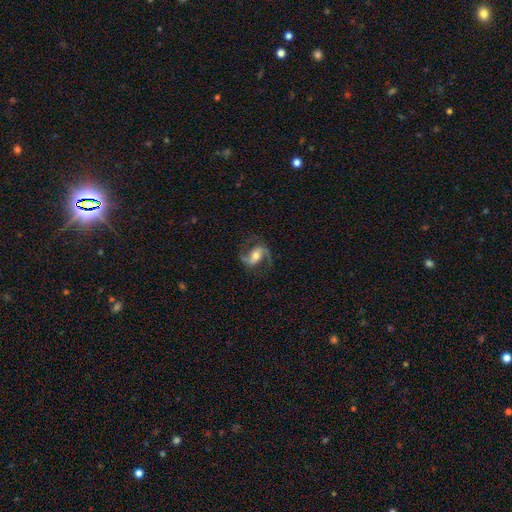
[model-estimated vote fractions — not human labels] smooth_or_featured: featured or disk (p=0.85) [alt: smooth p=0.09]
disk_edge_on: no (p=0.97) [alt: yes p=0.03]
bar: weak (p=0.38) [alt: no p=0.31]
has_spiral_arms: yes (p=0.96) [alt: no p=0.04]
spiral_winding: loose (p=0.46) [alt: medium p=0.44]
spiral_arm_count: 2 (p=0.92) [alt: 1 p=0.02]
bulge_size: moderate (p=0.65) [alt: small p=0.23]
merging: none (p=0.76) [alt: minor disturbance p=0.14]